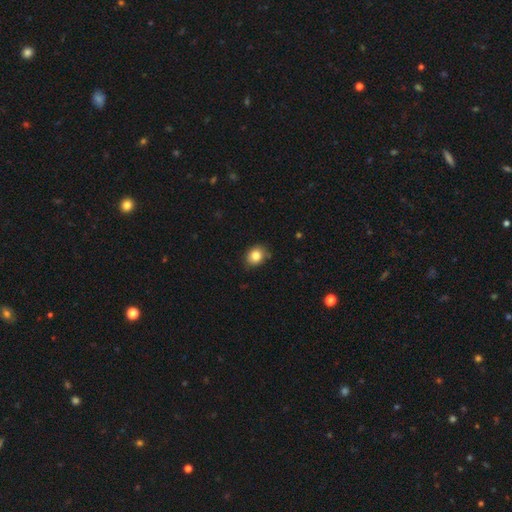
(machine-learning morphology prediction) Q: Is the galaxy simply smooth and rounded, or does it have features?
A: smooth — 84%.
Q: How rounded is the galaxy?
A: round — 53%.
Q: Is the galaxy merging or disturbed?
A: none — 83%.